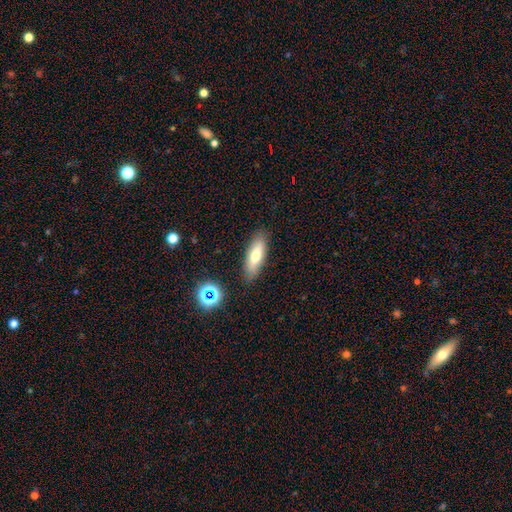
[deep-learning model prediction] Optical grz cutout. It shows a smooth galaxy with no disk features (66%) that is in between round and cigar-shaped (55%). Merging: none (85%).